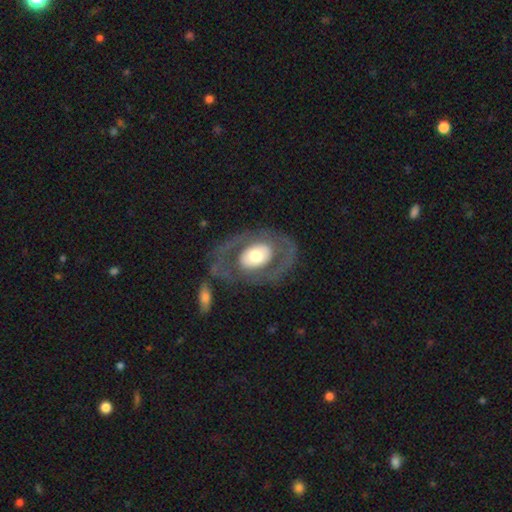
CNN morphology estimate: A featured or disk galaxy (67%) with no bar (74%), no spiral arms (58%) and a moderate central bulge (50%). Merging: none (68%).